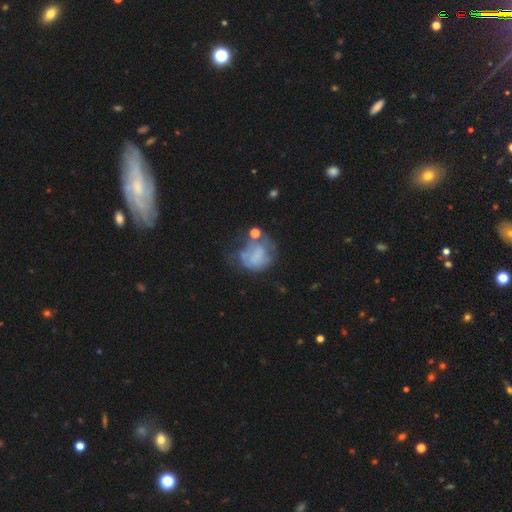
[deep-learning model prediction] The model was most divided on "smooth or featured": smooth: 45%, featured or disk: 43%, star or artifact: 12%. Remaining: merging — major disturbance (35%).